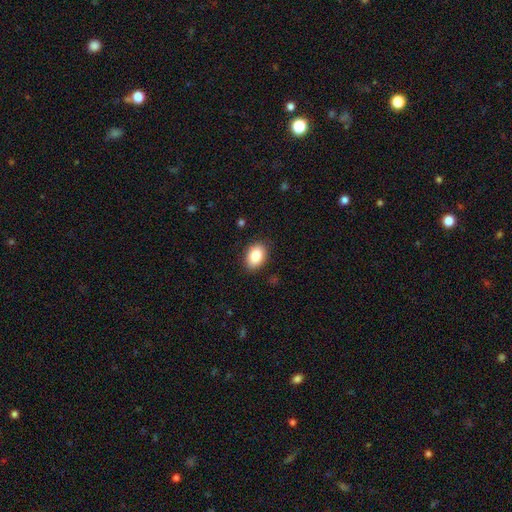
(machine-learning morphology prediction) A smooth galaxy with no disk features (85%) that is in between round and cigar-shaped (83%). Merging: none (87%).